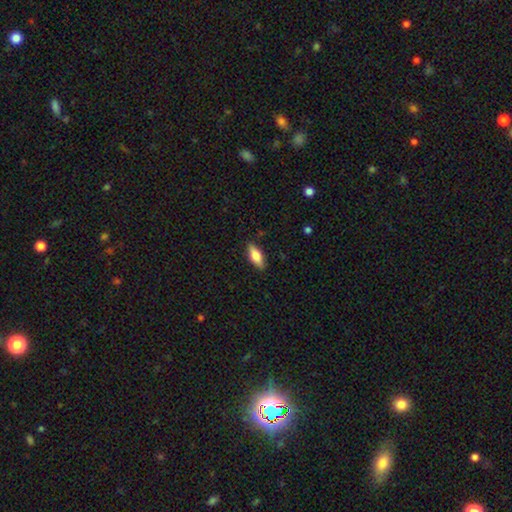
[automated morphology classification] A smooth galaxy with no disk features (73%) that is in between round and cigar-shaped (74%). Merging: none (87%).